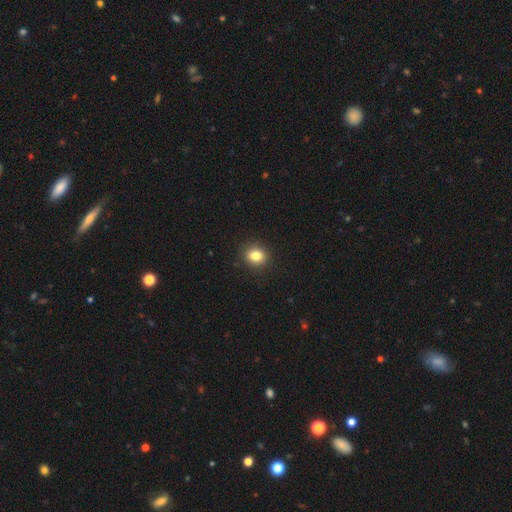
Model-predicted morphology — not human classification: Smooth or featured?
  - smooth: 83% *
  - star or artifact: 11%
  - featured or disk: 7%
How rounded?
  - round: 63% *
  - in between: 36%
  - cigar-shaped: 1%
Merging?
  - none: 90% *
  - minor disturbance: 7%
  - major disturbance: 2%
  - merger: 1%